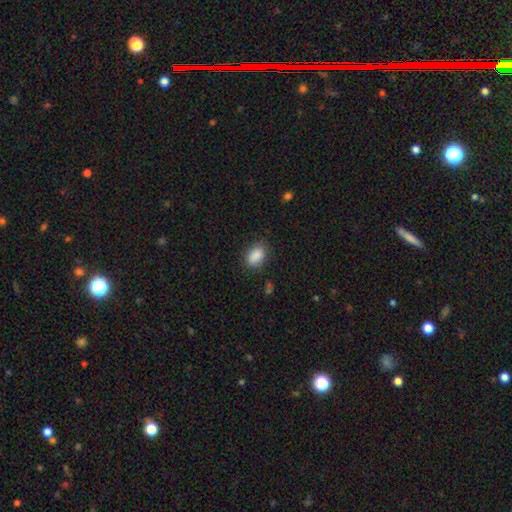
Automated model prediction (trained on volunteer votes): This is clearly a smooth galaxy (88%). How rounded: clearly in between (85%). Merging: clearly none (81%).